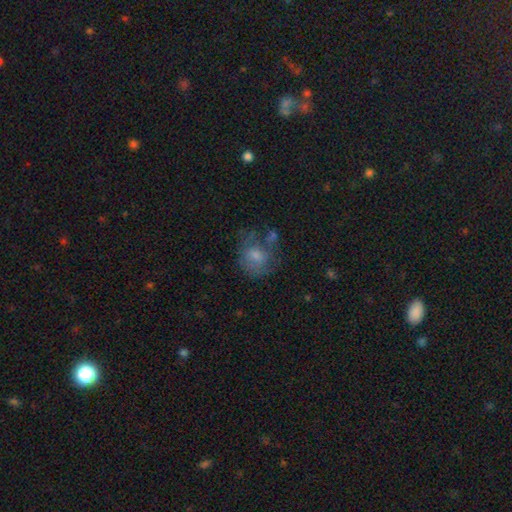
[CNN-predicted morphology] This is possibly a smooth galaxy (50%). How rounded: likely round (69%). Merging: possibly none (51%).